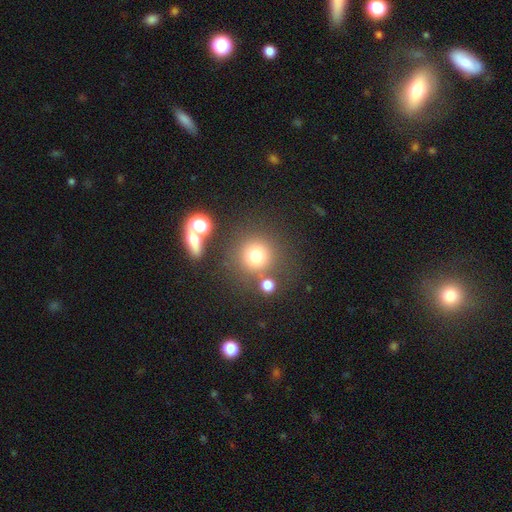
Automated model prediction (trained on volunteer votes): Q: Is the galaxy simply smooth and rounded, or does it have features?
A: smooth — 74%.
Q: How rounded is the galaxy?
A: round — 93%.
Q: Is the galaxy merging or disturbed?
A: none — 76%.